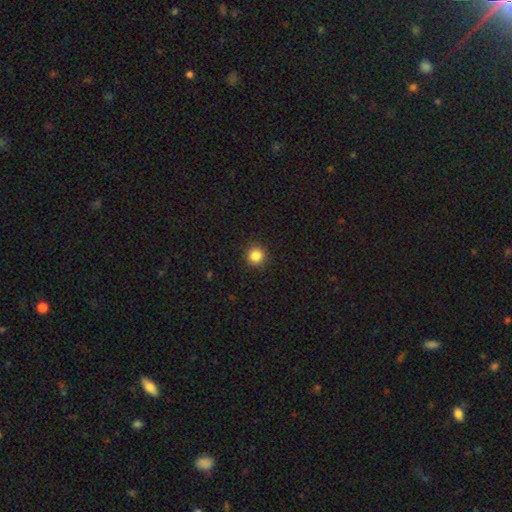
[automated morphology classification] Smooth or featured? smooth (85%)
How rounded? round (94%)
Merging? none (92%)